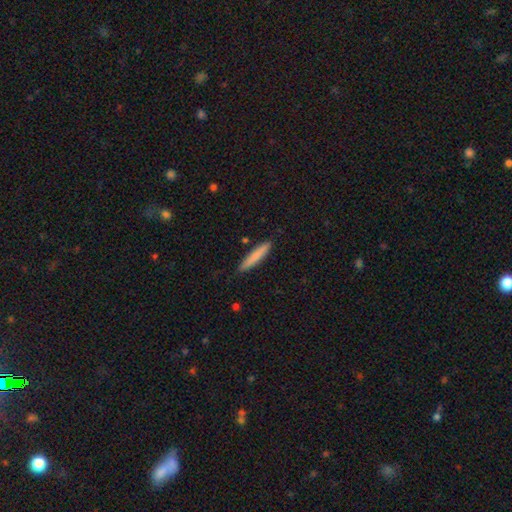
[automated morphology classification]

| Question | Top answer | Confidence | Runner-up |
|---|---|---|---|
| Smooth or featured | smooth | 80% | featured or disk (14%) |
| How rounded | cigar-shaped | 92% | in between (6%) |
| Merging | none | 88% | minor disturbance (8%) |